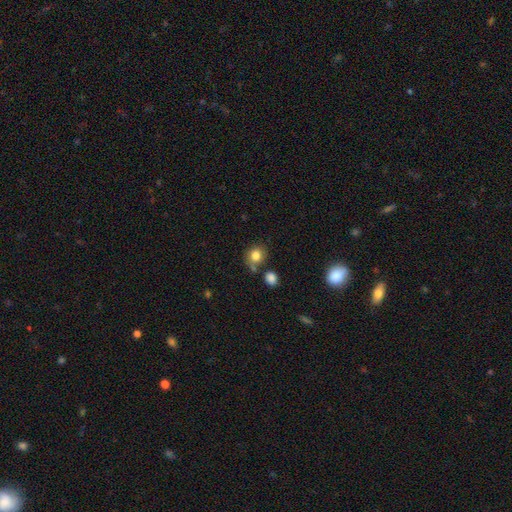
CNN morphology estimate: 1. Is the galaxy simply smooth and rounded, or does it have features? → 82% smooth, 10% star or artifact, 8% featured or disk.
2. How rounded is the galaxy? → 71% round, 28% in between, 1% cigar-shaped.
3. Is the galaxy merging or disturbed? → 67% none, 15% minor disturbance, 14% merger, 4% major disturbance.